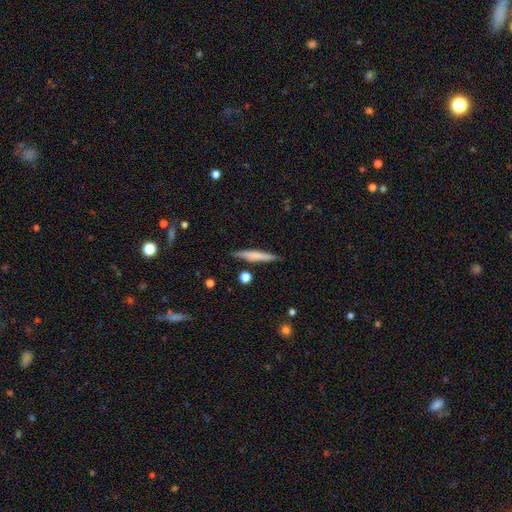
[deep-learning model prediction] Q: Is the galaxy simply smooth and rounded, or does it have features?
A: smooth — 62%.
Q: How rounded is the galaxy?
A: cigar-shaped — 93%.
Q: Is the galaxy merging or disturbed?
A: none — 85%.